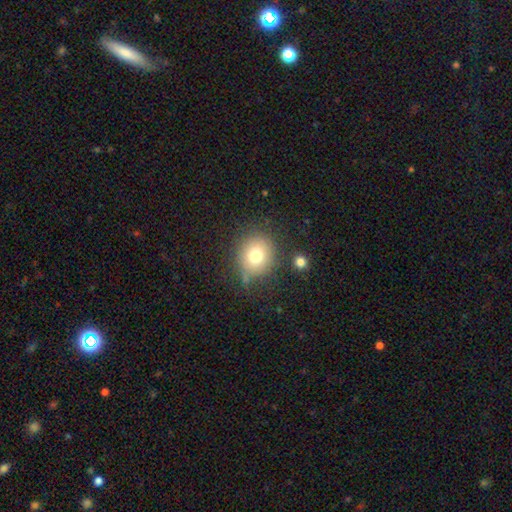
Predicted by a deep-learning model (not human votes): Smooth or featured? smooth (74%)
How rounded? round (83%)
Merging? none (76%)